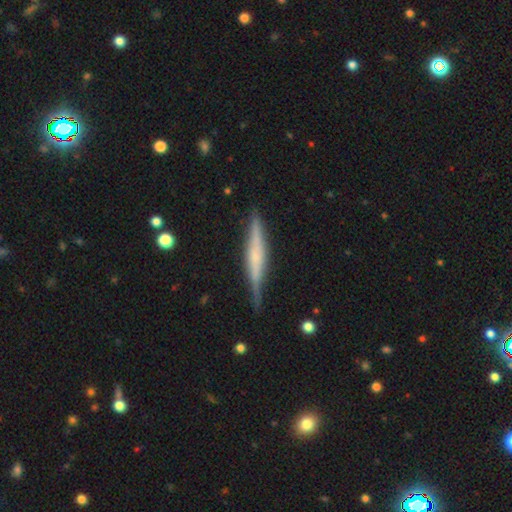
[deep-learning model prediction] Q: Smooth or featured?
A: featured or disk (63%); runner-up: smooth (30%)
Q: Edge-on disk?
A: yes (97%); runner-up: no (3%)
Q: Edge-on bulge?
A: rounded (43%); runner-up: none (34%)
Q: Merging?
A: none (82%); runner-up: minor disturbance (14%)